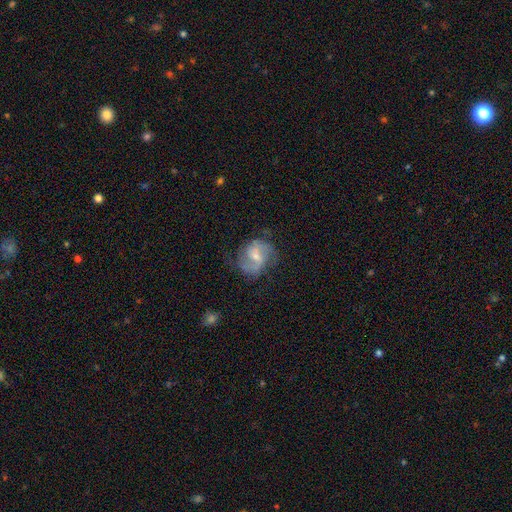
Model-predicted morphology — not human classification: The model was most divided on "bulge size": small: 47%, moderate: 45%, none: 5%, large: 2%, dominant: 1%. Remaining: edge-on disk — no (98%); spiral arms — yes (93%); spiral arm count — 2 (80%); smooth or featured — featured or disk (77%); merging — none (68%); bar — weak (54%); spiral winding — medium (50%).